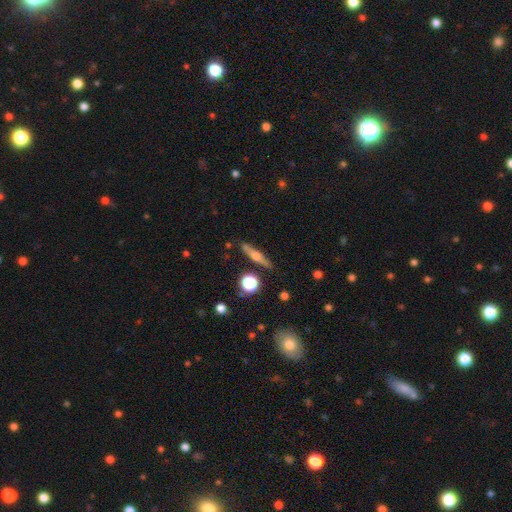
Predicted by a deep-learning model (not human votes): This is possibly a featured or disk galaxy (57%). It is clearly viewed edge-on (95%). Edge-on bulge: clearly rounded (88%). Merging: clearly none (86%).